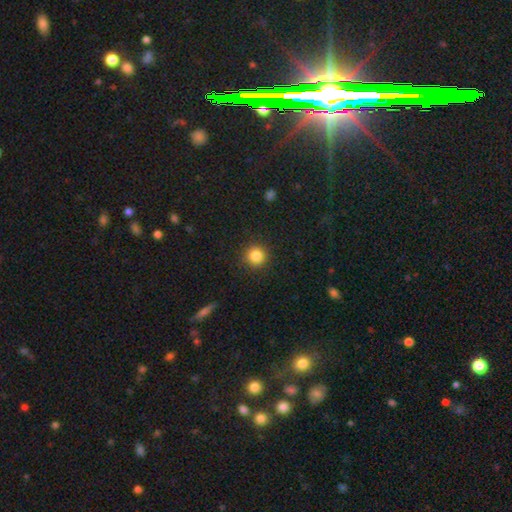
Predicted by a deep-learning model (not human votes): Smooth or featured? Predicted: smooth (p=0.84). How rounded? Predicted: round (p=0.94). Merging? Predicted: none (p=0.91).